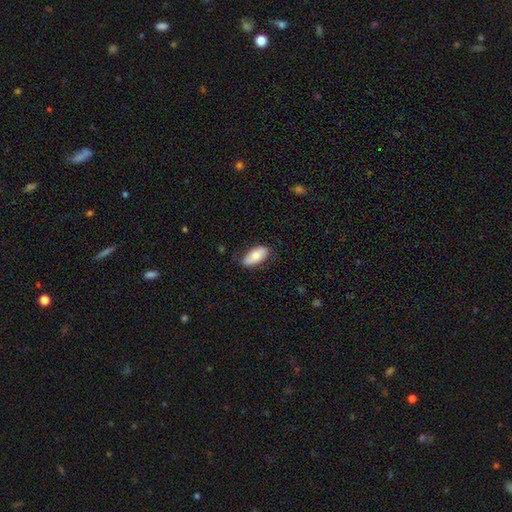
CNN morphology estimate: smooth-or-featured: smooth: 72% | featured or disk: 22% | star or artifact: 6%
  how-rounded: in between: 92% | cigar-shaped: 6% | round: 3%
  merging: none: 74% | minor disturbance: 21% | major disturbance: 4% | merger: 1%